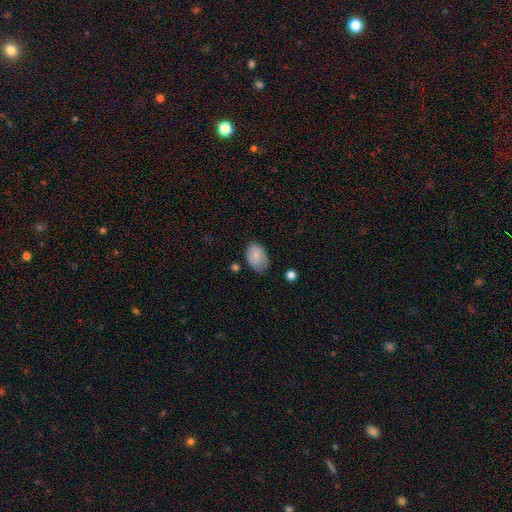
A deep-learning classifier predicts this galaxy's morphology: type=smooth (82%); roundness=in between (84%); merging=none (61%).